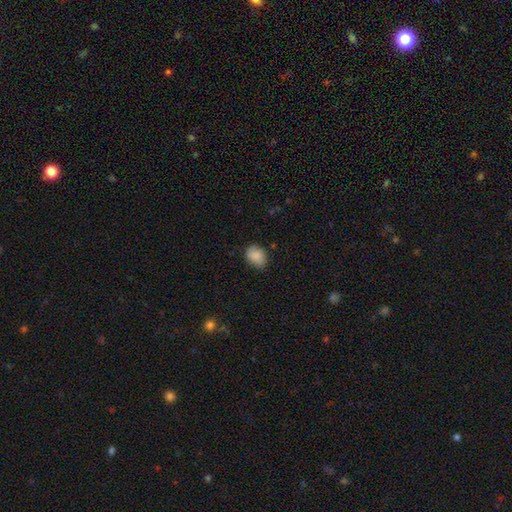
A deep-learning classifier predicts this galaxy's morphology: Smooth or featured? smooth (87%)
How rounded? in between (60%)
Merging? none (76%)